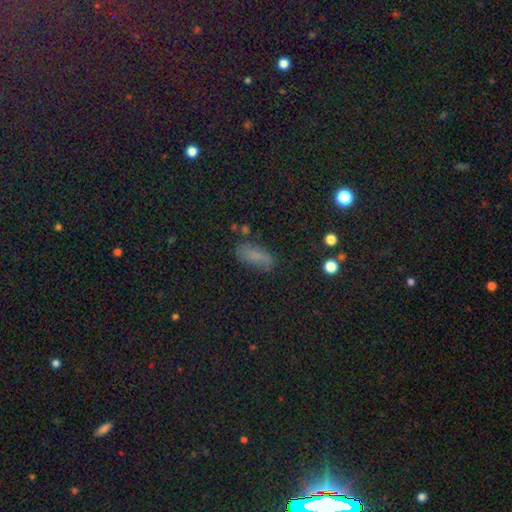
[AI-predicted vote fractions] Smooth or featured? smooth (70%)
How rounded? in between (79%)
Merging? none (70%)